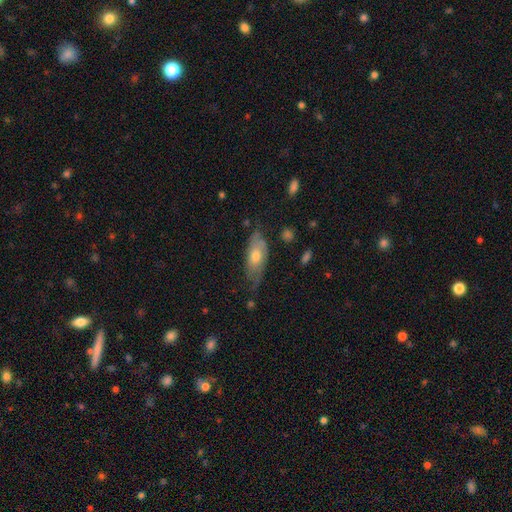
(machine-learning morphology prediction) Smooth or featured? Predicted: featured or disk (p=0.48). Merging? Predicted: none (p=0.52).